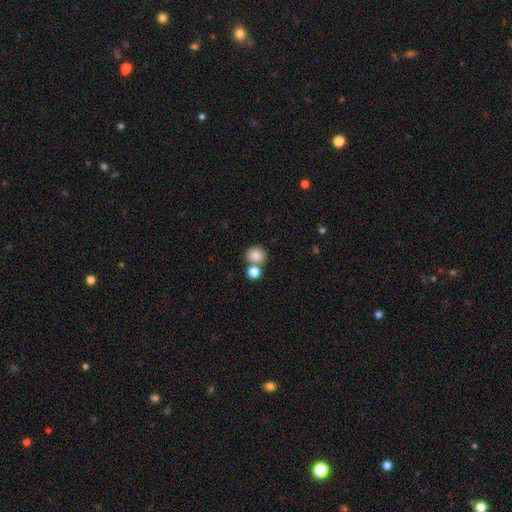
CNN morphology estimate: Smooth or featured: smooth — 83% (star or artifact — 10%)
How rounded: round — 83% (in between — 16%)
Merging: none — 59% (merger — 30%)